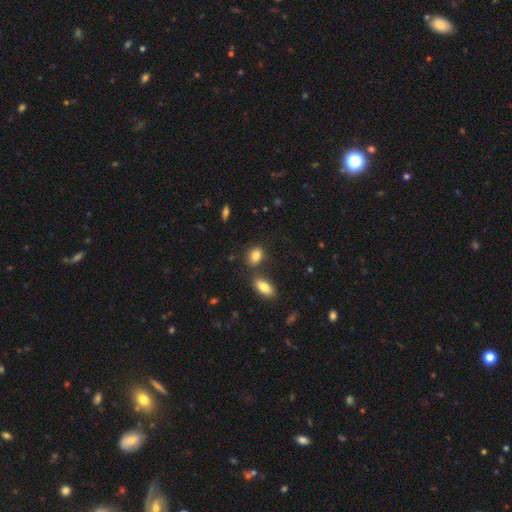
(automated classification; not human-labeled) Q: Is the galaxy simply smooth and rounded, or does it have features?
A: smooth — 83%.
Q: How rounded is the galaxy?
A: in between — 76%.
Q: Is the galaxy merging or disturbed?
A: none — 70%.